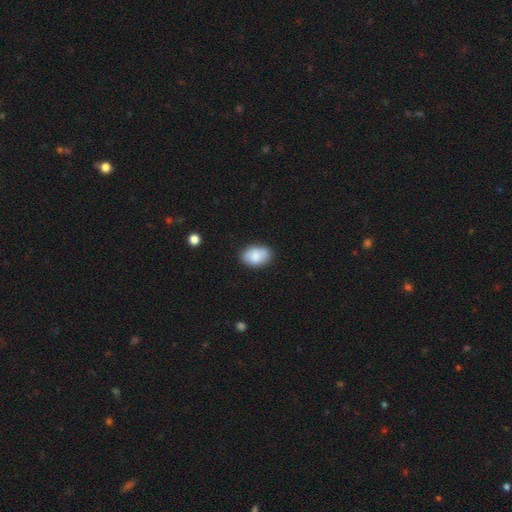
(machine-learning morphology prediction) The model was most divided on "merging": none: 79%, minor disturbance: 16%, major disturbance: 3%, merger: 3%. More confident: how rounded — in between (87%); smooth or featured — smooth (84%).